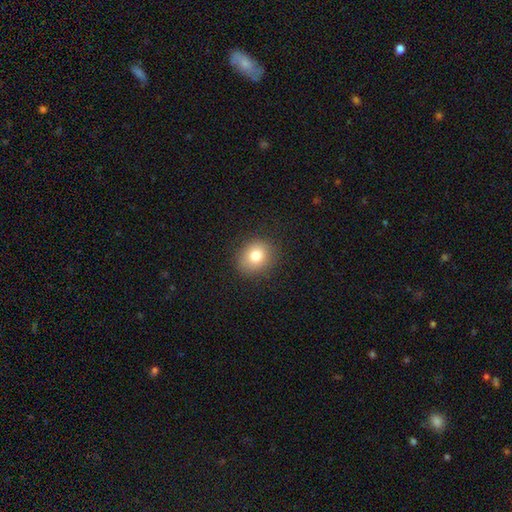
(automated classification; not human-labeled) This is likely a smooth galaxy (80%). How rounded: likely round (71%). Merging: clearly none (88%).